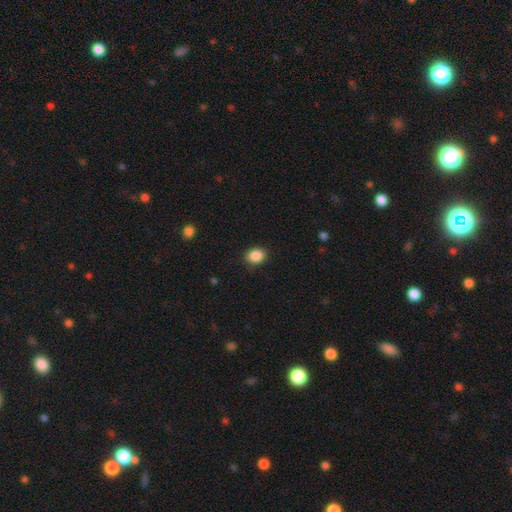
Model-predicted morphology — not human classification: smooth_or_featured: smooth (p=0.88) [alt: star or artifact p=0.09]
how_rounded: round (p=0.53) [alt: in between p=0.46]
merging: none (p=0.88) [alt: minor disturbance p=0.09]